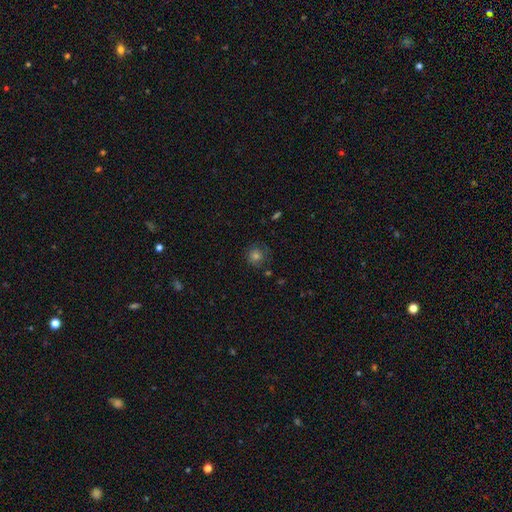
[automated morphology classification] type=smooth (66%); roundness=round (90%); merging=none (77%).